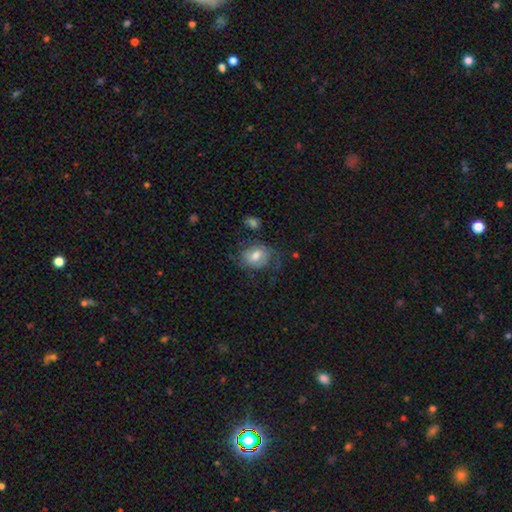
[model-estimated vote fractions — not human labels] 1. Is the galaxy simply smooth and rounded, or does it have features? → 57% smooth, 35% featured or disk, 9% star or artifact.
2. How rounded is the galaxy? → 60% in between, 38% round, 1% cigar-shaped.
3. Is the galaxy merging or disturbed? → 51% none, 24% minor disturbance, 21% major disturbance, 4% merger.